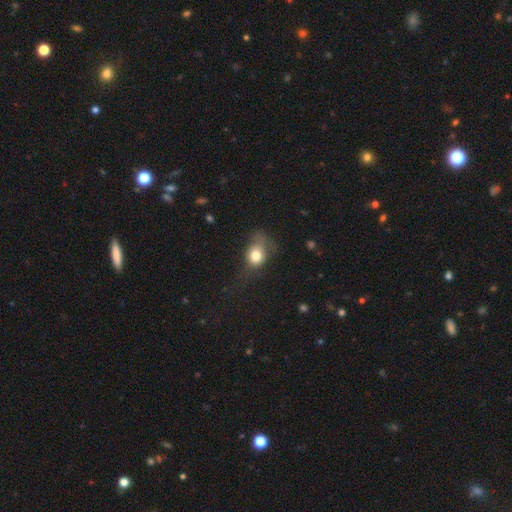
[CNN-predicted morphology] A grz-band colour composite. It shows a smooth galaxy with no disk features (76%) that is in between round and cigar-shaped (52%). Merging: none (34%).